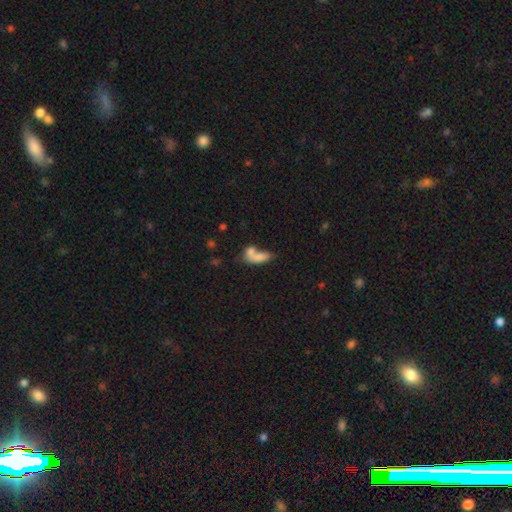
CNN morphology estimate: A smooth galaxy with no disk features (73%) that is in between round and cigar-shaped (77%). Merging: merger (58%).